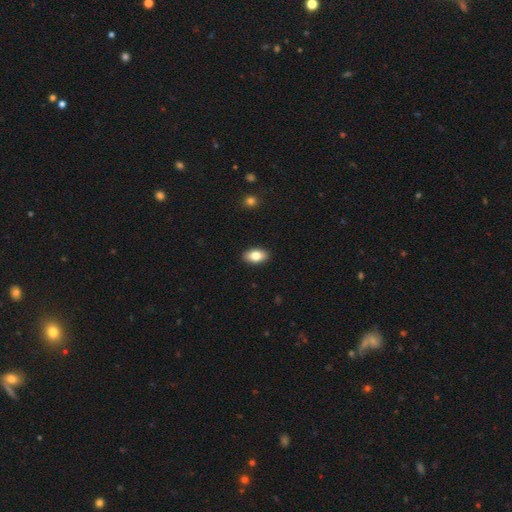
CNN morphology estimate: smooth_or_featured: smooth (p=0.81) [alt: featured or disk p=0.12]
how_rounded: in between (p=0.91) [alt: round p=0.06]
merging: none (p=0.90) [alt: minor disturbance p=0.07]